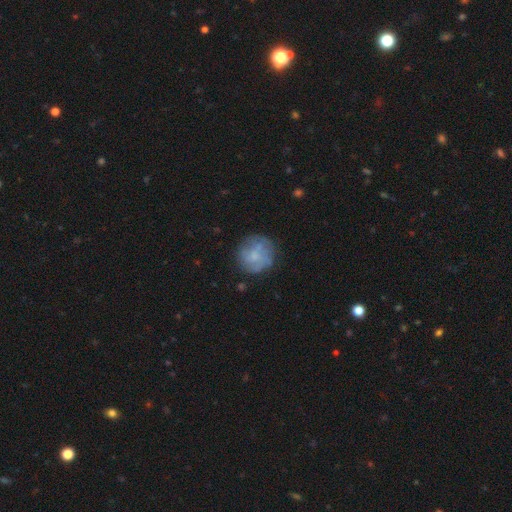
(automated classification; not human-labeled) The model was most divided on "smooth or featured": smooth: 53%, featured or disk: 38%, star or artifact: 9%. More confident: how rounded — round (90%); merging — none (71%).